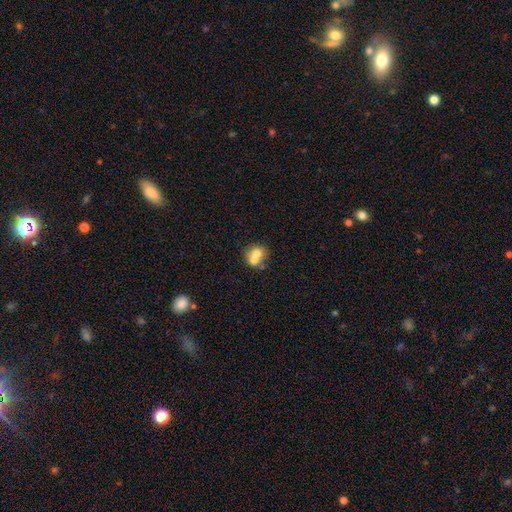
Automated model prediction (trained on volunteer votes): A smooth galaxy with no disk features (66%) that is round (72%). Merging: merger (60%).